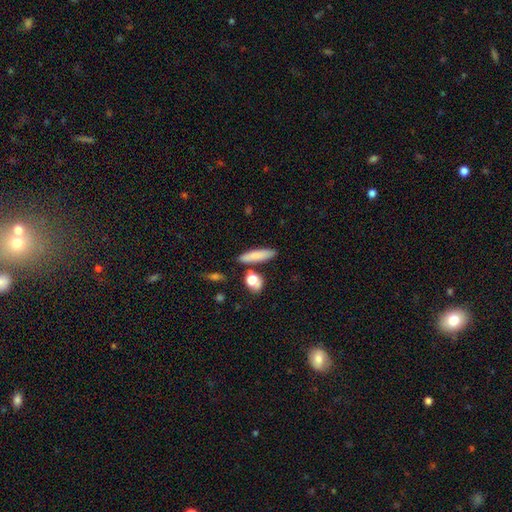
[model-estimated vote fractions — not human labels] This appears to be a smooth galaxy with no disk features (80%) that is cigar-shaped (71%). Merging: none (81%).